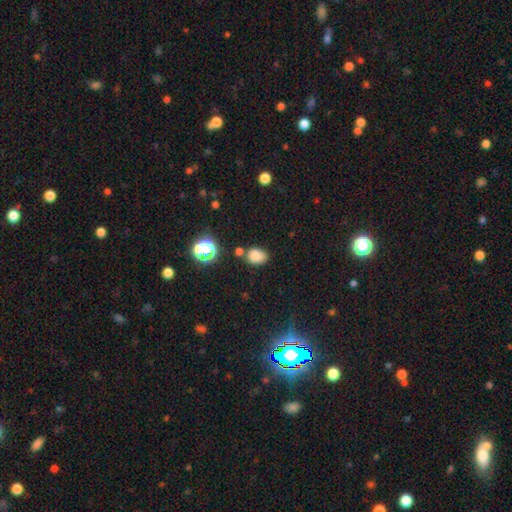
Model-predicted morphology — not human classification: Overall: smooth (78%). How rounded: in between (65%; round 33%). Merging: none (69%).